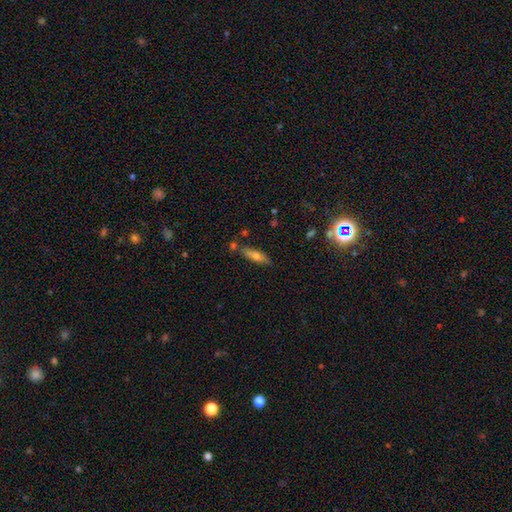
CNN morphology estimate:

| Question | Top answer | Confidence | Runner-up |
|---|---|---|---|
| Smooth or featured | smooth | 58% | featured or disk (34%) |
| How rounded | cigar-shaped | 62% | in between (35%) |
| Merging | none | 73% | minor disturbance (15%) |